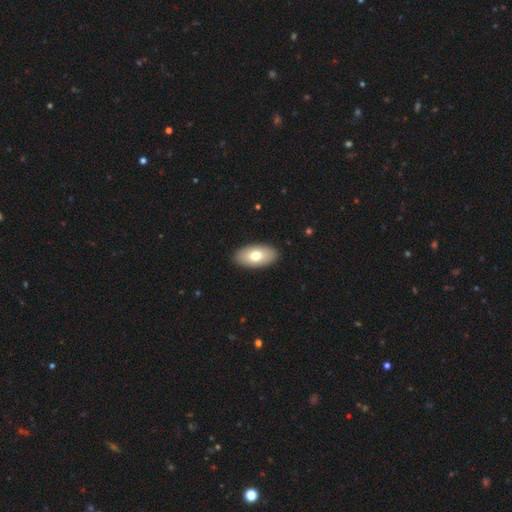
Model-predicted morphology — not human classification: Smooth or featured? Predicted: smooth (p=0.72). How rounded? Predicted: in between (p=0.94). Merging? Predicted: none (p=0.90).